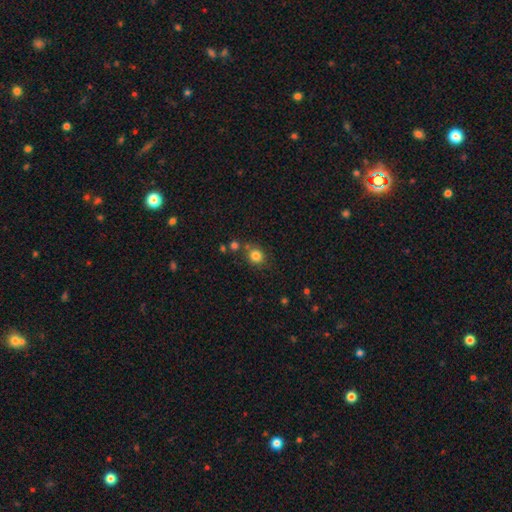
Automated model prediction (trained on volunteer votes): This appears to be a smooth galaxy with no disk features (82%) that is round (82%). Merging: none (71%).